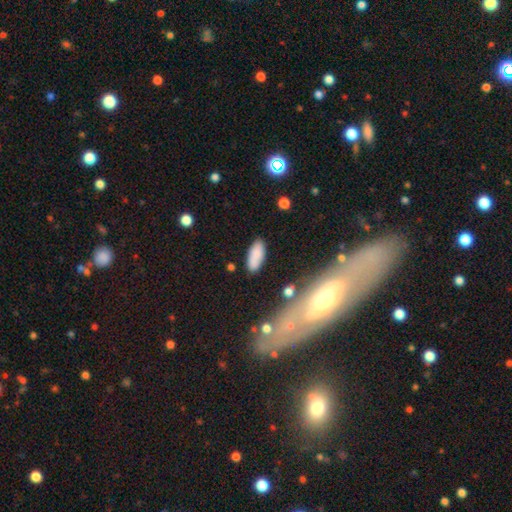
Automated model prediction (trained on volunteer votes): The model was most divided on "merging": none: 80%, minor disturbance: 13%, merger: 3%, major disturbance: 3%. More confident: how rounded — in between (84%); smooth or featured — smooth (80%).